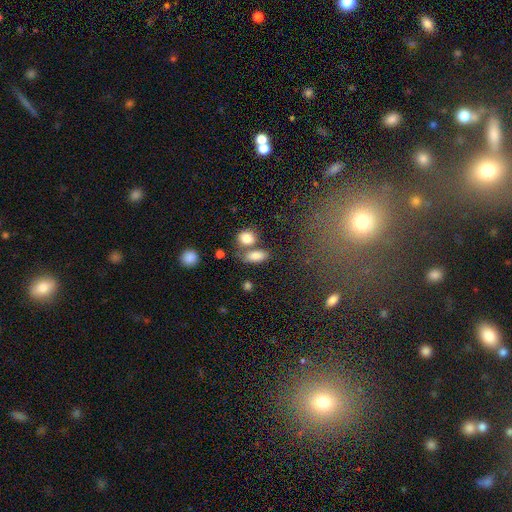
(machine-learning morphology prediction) Smooth or featured? smooth (83%)
How rounded? in between (80%)
Merging? none (53%)